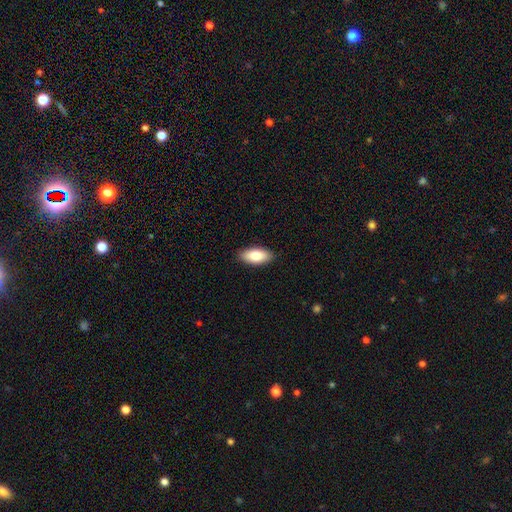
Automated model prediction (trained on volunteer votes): smooth_or_featured: smooth (p=0.83) [alt: featured or disk p=0.11]
how_rounded: in between (p=0.89) [alt: cigar-shaped p=0.08]
merging: none (p=0.89) [alt: minor disturbance p=0.08]